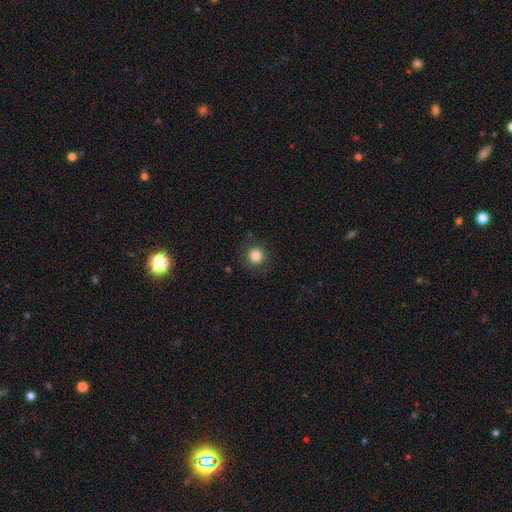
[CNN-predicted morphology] The model was most divided on "smooth or featured": smooth: 83%, star or artifact: 12%, featured or disk: 5%. More confident: how rounded — round (94%); merging — none (89%).